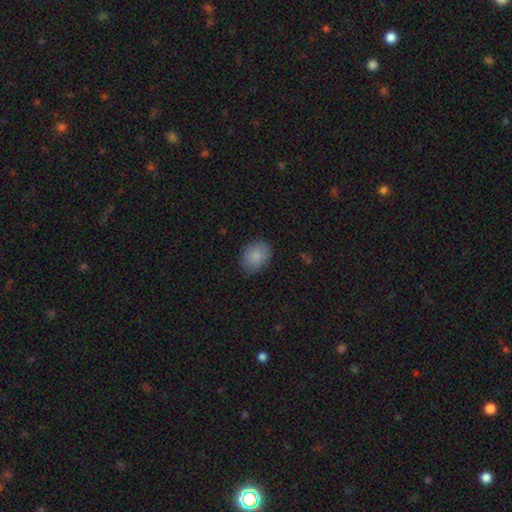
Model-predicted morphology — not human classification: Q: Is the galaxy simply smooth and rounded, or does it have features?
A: smooth — 87%.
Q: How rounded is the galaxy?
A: in between — 65%.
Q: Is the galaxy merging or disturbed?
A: none — 83%.